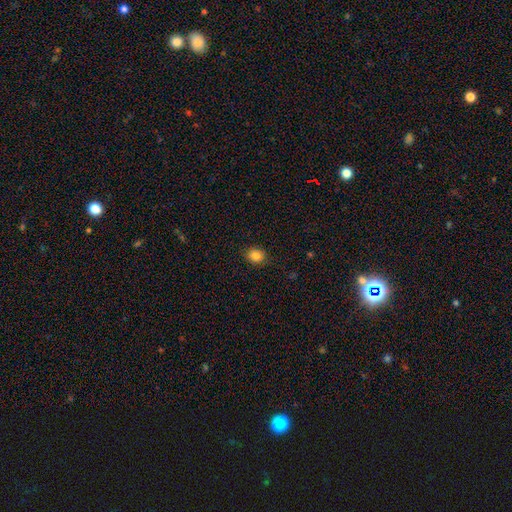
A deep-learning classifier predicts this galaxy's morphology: smooth_or_featured: smooth (p=0.84) [alt: star or artifact p=0.11]
how_rounded: round (p=0.70) [alt: in between p=0.30]
merging: none (p=0.89) [alt: minor disturbance p=0.08]